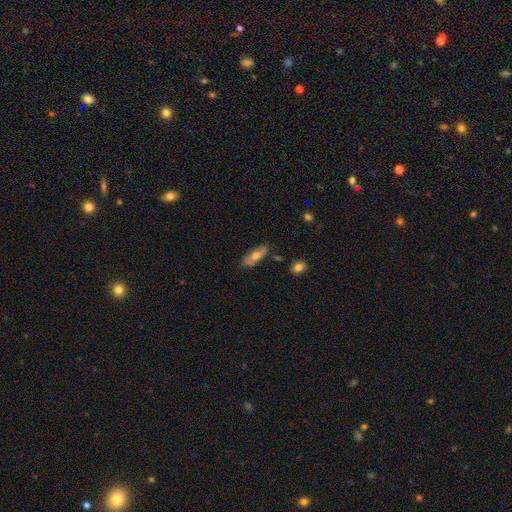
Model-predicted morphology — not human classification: type=smooth (59%); roundness=in between (71%); merging=none (79%).